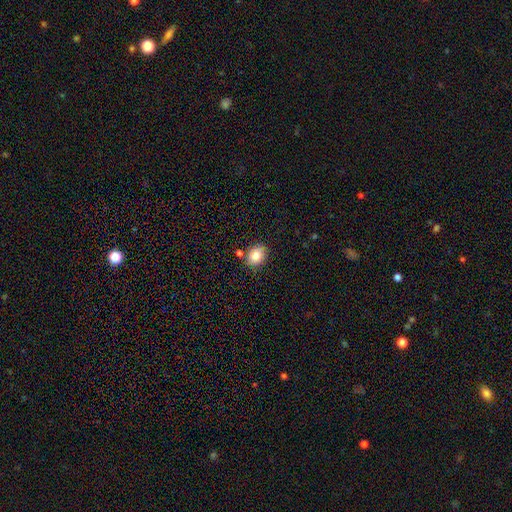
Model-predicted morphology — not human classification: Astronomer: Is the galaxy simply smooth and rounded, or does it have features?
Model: smooth — 80%.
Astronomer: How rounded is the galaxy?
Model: in between — 57% (runner-up: round, 42%).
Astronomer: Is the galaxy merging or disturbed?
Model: none — 79%.